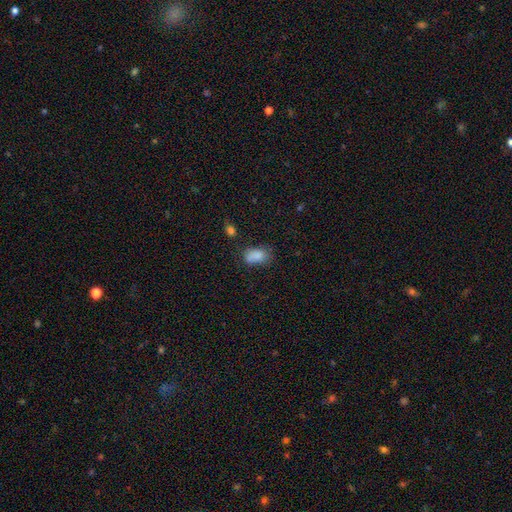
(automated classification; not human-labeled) This is clearly a smooth galaxy (83%). How rounded: clearly in between (86%). Merging: possibly none (53%).